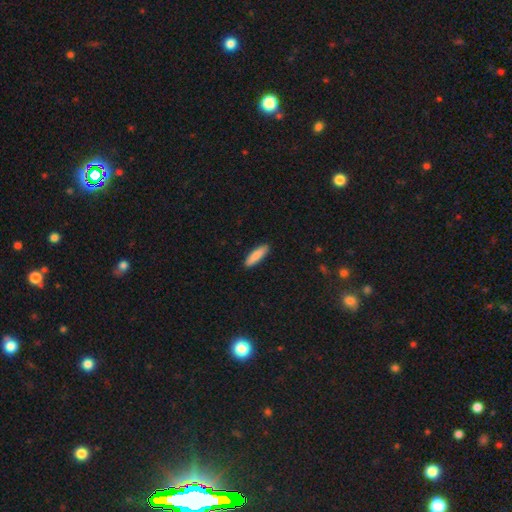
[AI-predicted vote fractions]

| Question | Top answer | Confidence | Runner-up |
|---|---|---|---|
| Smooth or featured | smooth | 87% | featured or disk (7%) |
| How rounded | cigar-shaped | 66% | in between (33%) |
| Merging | none | 90% | minor disturbance (7%) |